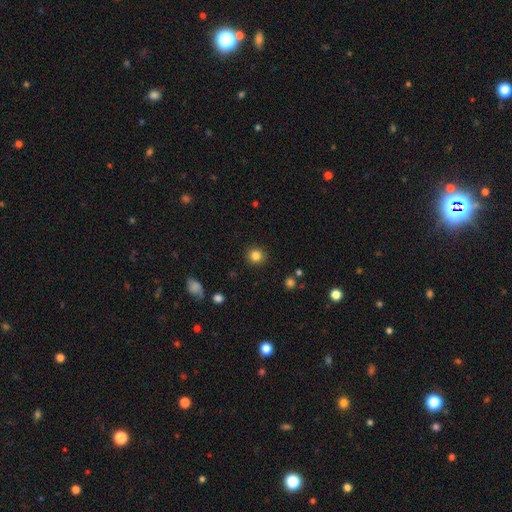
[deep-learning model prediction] Smooth or featured?
  - smooth: 84% *
  - star or artifact: 11%
  - featured or disk: 5%
How rounded?
  - round: 92% *
  - in between: 7%
  - cigar-shaped: 1%
Merging?
  - none: 91% *
  - minor disturbance: 6%
  - major disturbance: 2%
  - merger: 1%